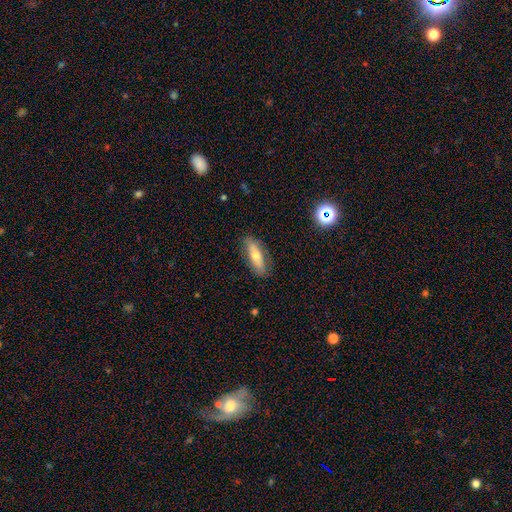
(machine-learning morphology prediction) This is possibly a smooth galaxy (49%). Merging: clearly none (85%).